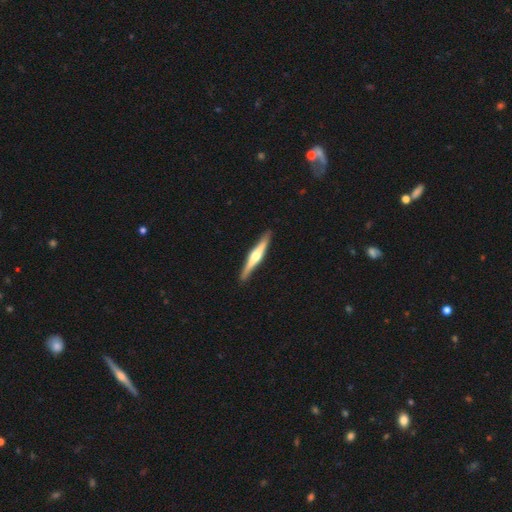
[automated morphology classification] Smooth or featured?
  - featured or disk: 71% *
  - smooth: 24%
  - star or artifact: 5%
Edge-on disk?
  - yes: 98% *
  - no: 2%
Edge-on bulge?
  - rounded: 90% *
  - boxy: 6%
  - none: 4%
Merging?
  - none: 90% *
  - minor disturbance: 8%
  - major disturbance: 1%
  - merger: 1%